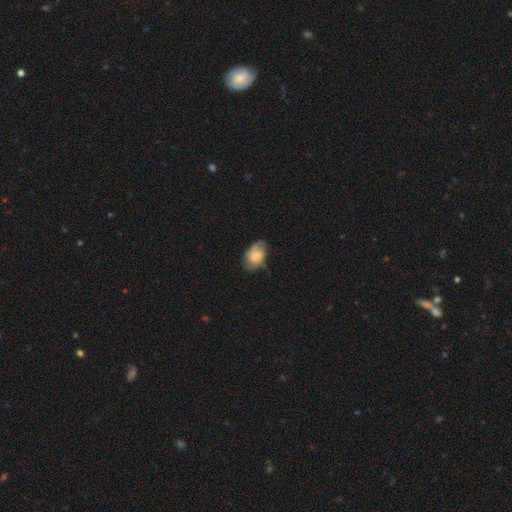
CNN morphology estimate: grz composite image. It shows a smooth galaxy with no disk features (64%) that is in between round and cigar-shaped (85%). Merging: none (57%).